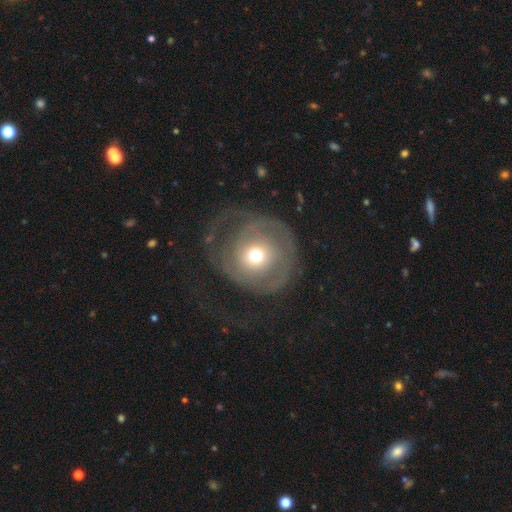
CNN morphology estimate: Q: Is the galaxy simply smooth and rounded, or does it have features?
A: featured or disk — 56%.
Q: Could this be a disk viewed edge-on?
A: no — 96%.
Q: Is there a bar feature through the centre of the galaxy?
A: no — 84%.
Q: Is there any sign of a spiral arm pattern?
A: yes — 60%.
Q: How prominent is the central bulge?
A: moderate — 62%.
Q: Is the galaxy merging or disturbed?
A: none — 47%.